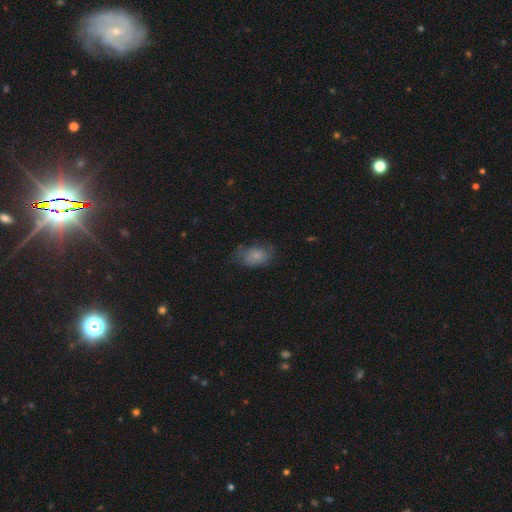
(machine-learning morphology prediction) This appears to be a smooth galaxy with no disk features (74%) that is in between round and cigar-shaped (87%). Merging: none (51%).